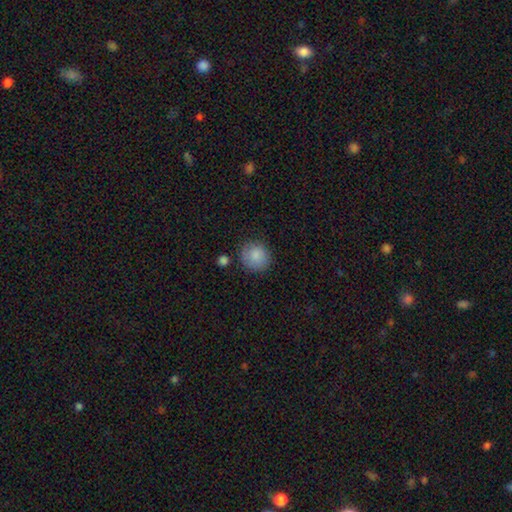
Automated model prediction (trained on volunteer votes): Overall: smooth (87%). How rounded: round (89%). Merging: none (79%).